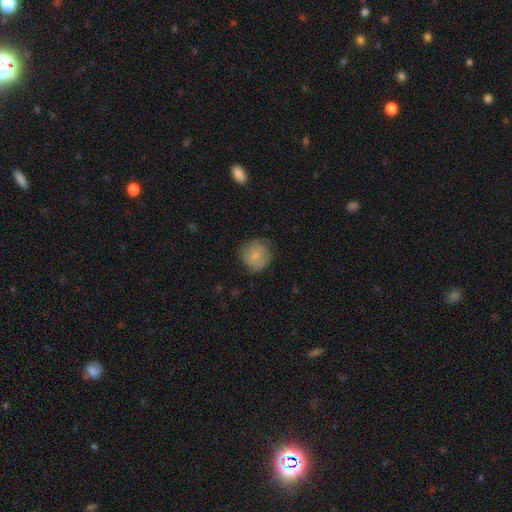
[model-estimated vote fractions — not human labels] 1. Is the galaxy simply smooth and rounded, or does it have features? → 68% smooth, 25% featured or disk, 7% star or artifact.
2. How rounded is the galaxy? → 89% round, 10% in between, 1% cigar-shaped.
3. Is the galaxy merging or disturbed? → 69% none, 23% minor disturbance, 7% major disturbance, 1% merger.